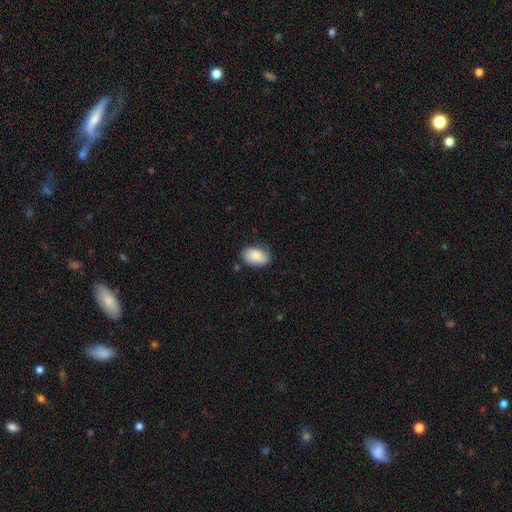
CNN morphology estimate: smooth_or_featured: smooth (p=0.84) [alt: featured or disk p=0.09]
how_rounded: in between (p=0.87) [alt: round p=0.12]
merging: none (p=0.74) [alt: minor disturbance p=0.20]